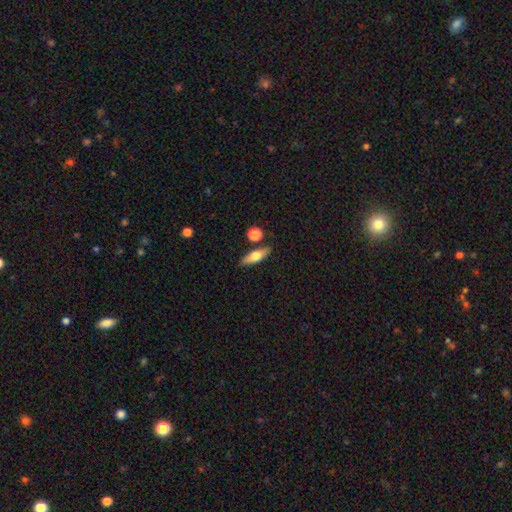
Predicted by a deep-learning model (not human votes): smooth-or-featured: smooth: 56% | featured or disk: 37% | star or artifact: 7%
  how-rounded: in between: 49% | cigar-shaped: 45% | round: 5%
  merging: none: 80% | minor disturbance: 10% | merger: 7% | major disturbance: 3%